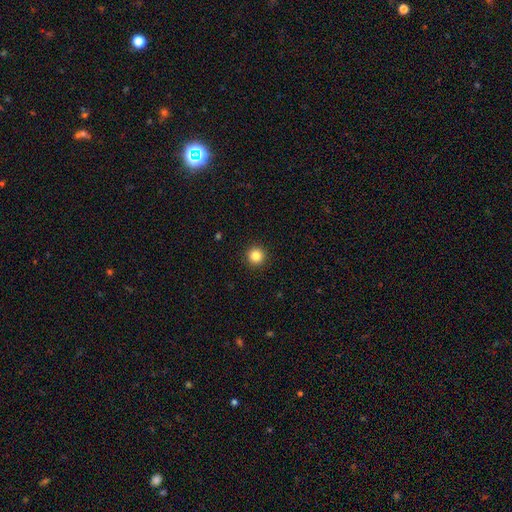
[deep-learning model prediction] Smooth or featured?
  - smooth: 84% *
  - star or artifact: 11%
  - featured or disk: 5%
How rounded?
  - round: 96% *
  - in between: 3%
  - cigar-shaped: 1%
Merging?
  - none: 93% *
  - minor disturbance: 4%
  - major disturbance: 2%
  - merger: 1%